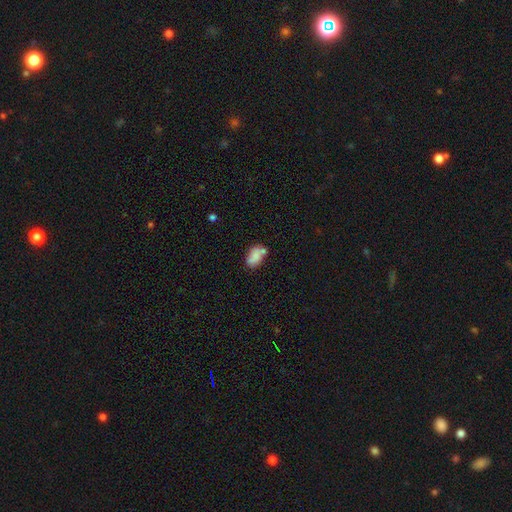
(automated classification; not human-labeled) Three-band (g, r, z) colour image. It shows a smooth galaxy with no disk features (77%) that is in between round and cigar-shaped (87%). Merging: none (50%).